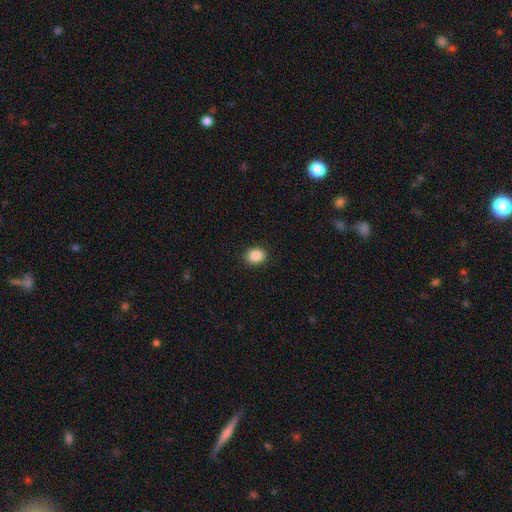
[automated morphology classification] This appears to be a smooth galaxy with no disk features (88%) that is in between round and cigar-shaped (52%). Merging: none (90%).